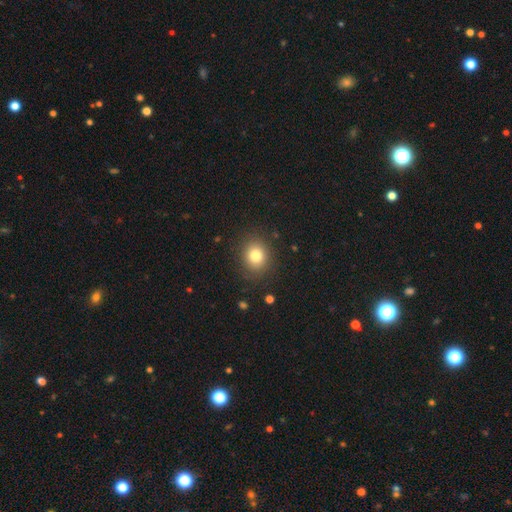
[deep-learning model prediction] smooth-or-featured: smooth: 80% | star or artifact: 12% | featured or disk: 8%
  how-rounded: round: 71% | in between: 28% | cigar-shaped: 1%
  merging: none: 87% | minor disturbance: 8% | major disturbance: 3% | merger: 1%